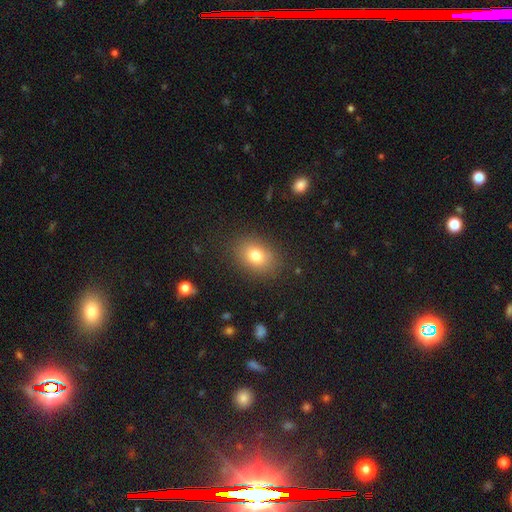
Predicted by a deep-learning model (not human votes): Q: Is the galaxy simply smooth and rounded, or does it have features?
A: smooth — 79%.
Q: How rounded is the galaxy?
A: in between — 68%.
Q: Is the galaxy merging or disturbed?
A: none — 85%.